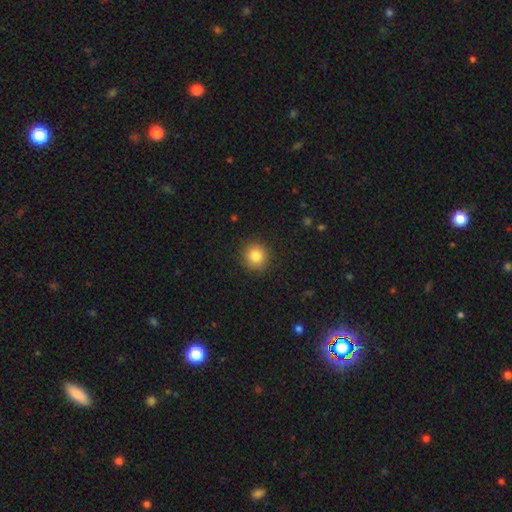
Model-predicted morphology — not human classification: A smooth galaxy with no disk features (84%) that is round (92%).

Vote fractions:
- Smooth or featured? smooth: 84% / star or artifact: 10% / featured or disk: 6%
- How rounded? round: 92% / in between: 7% / cigar-shaped: 1%
- Merging? none: 90% / minor disturbance: 7% / major disturbance: 2% / merger: 1%